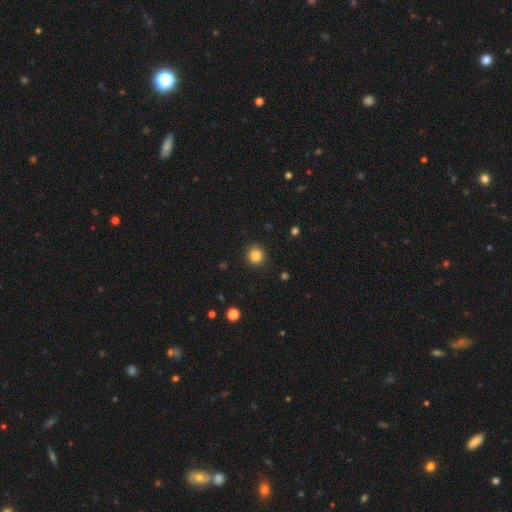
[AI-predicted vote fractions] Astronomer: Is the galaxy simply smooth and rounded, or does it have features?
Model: smooth — 84%.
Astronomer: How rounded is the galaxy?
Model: round — 92%.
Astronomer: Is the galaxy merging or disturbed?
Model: none — 91%.